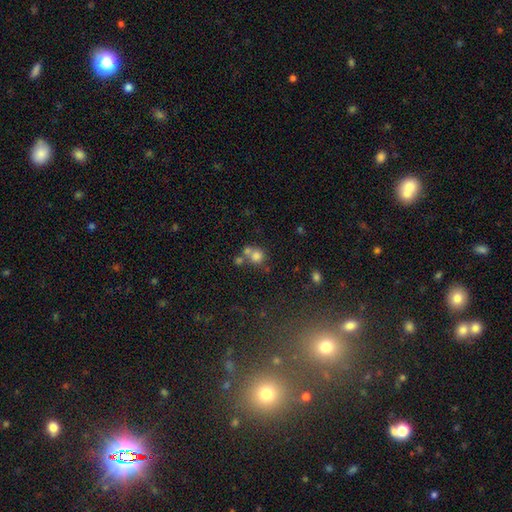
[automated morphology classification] Smooth or featured? Predicted: smooth (p=0.73). How rounded? Predicted: round (p=0.86). Merging? Predicted: none (p=0.45).